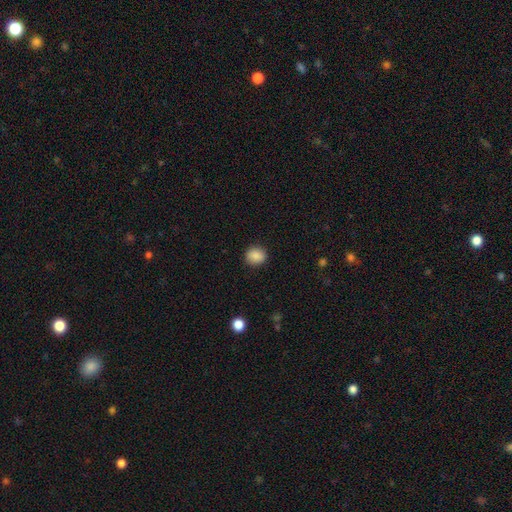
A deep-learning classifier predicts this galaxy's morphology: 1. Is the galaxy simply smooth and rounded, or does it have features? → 87% smooth, 8% star or artifact, 4% featured or disk.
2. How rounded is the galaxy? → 75% round, 24% in between, 1% cigar-shaped.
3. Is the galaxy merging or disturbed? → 89% none, 7% minor disturbance, 2% major disturbance, 1% merger.